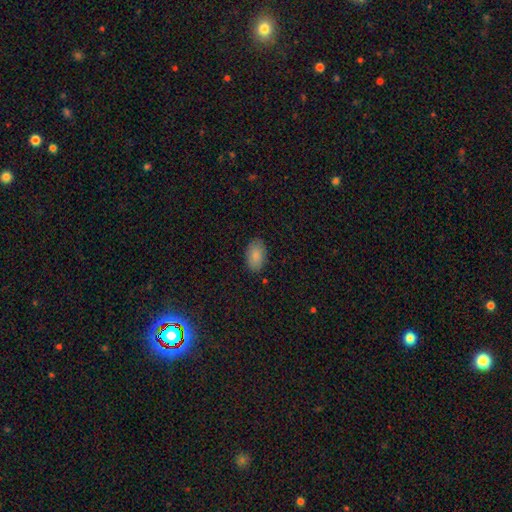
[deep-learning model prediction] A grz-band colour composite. It shows a smooth galaxy with no disk features (87%) that is in between round and cigar-shaped (92%). Merging: none (85%).